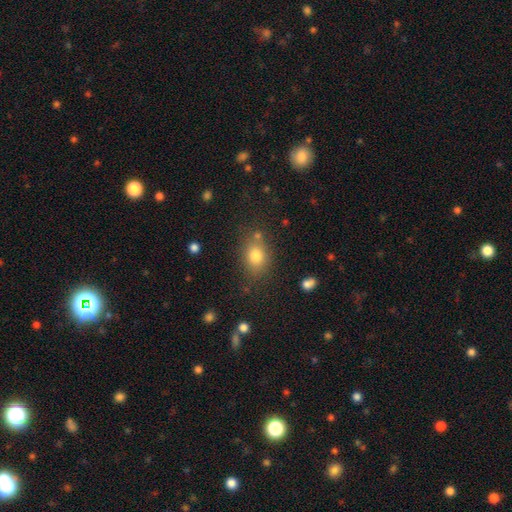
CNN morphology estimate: Q: Smooth or featured?
A: smooth (79%); runner-up: star or artifact (12%)
Q: How rounded?
A: in between (59%); runner-up: round (40%)
Q: Merging?
A: none (74%); runner-up: minor disturbance (14%)